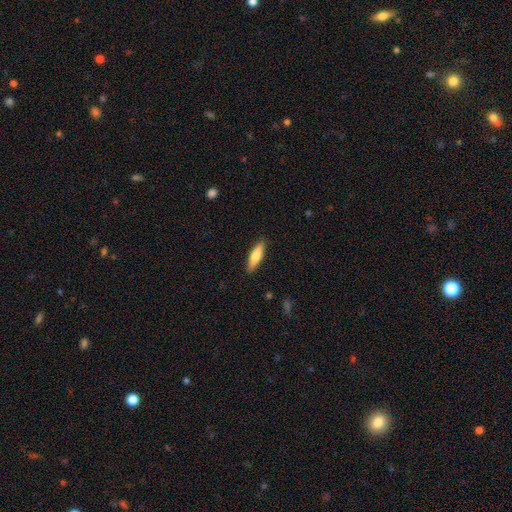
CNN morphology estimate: type=smooth (70%); roundness=cigar-shaped (65%); merging=none (89%).